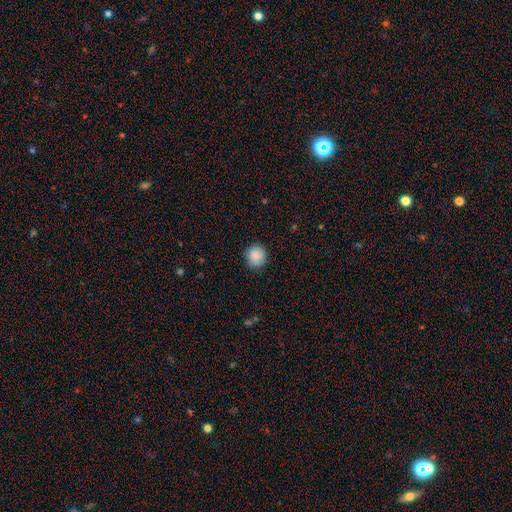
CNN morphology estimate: The model was most divided on "merging": none: 87%, minor disturbance: 9%, major disturbance: 2%, merger: 1%. More confident: how rounded — round (89%); smooth or featured — smooth (87%).